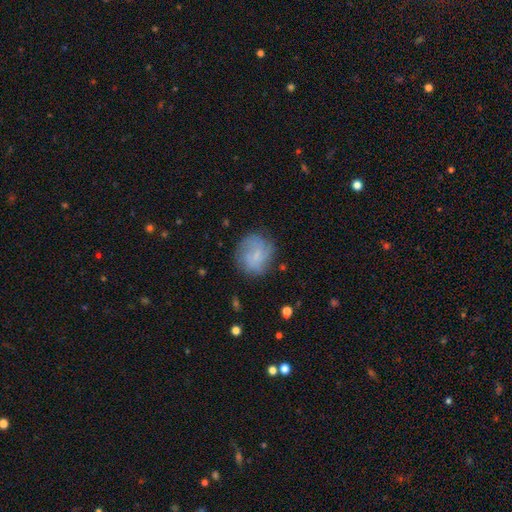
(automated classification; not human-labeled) The model was most divided on "smooth or featured": smooth: 47%, featured or disk: 44%, star or artifact: 9%. More confident: merging — none (73%).